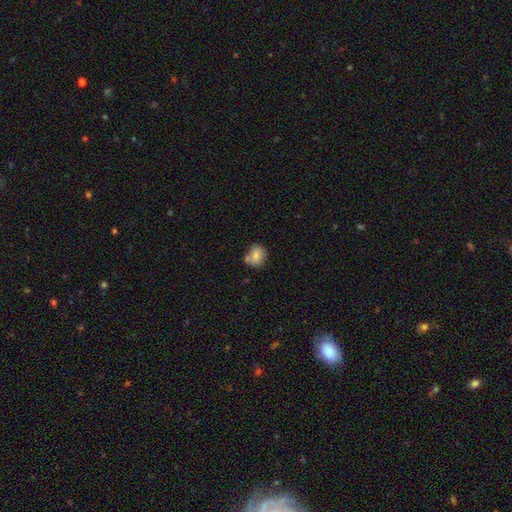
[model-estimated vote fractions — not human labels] Overall: smooth (79%). How rounded: round (62%; in between 37%). Merging: none (59%; minor disturbance 21%).